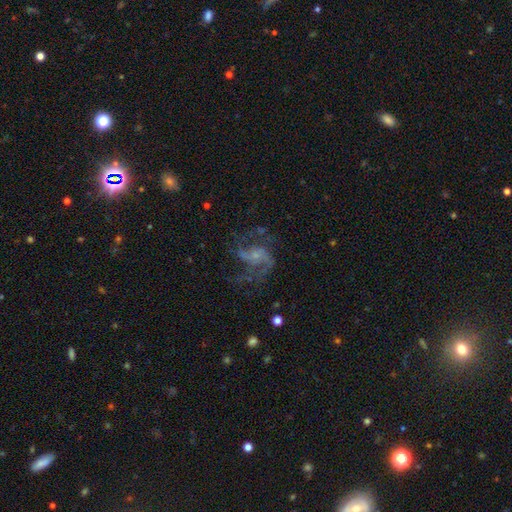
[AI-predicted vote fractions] smooth_or_featured: featured or disk (p=0.82) [alt: star or artifact p=0.09]
disk_edge_on: no (p=0.98) [alt: yes p=0.02]
bar: no (p=0.64) [alt: weak p=0.29]
has_spiral_arms: yes (p=0.92) [alt: no p=0.08]
spiral_winding: medium (p=0.45) [alt: loose p=0.44]
spiral_arm_count: 2 (p=0.44) [alt: 3 p=0.26]
bulge_size: small (p=0.65) [alt: none p=0.16]
merging: none (p=0.53) [alt: major disturbance p=0.27]